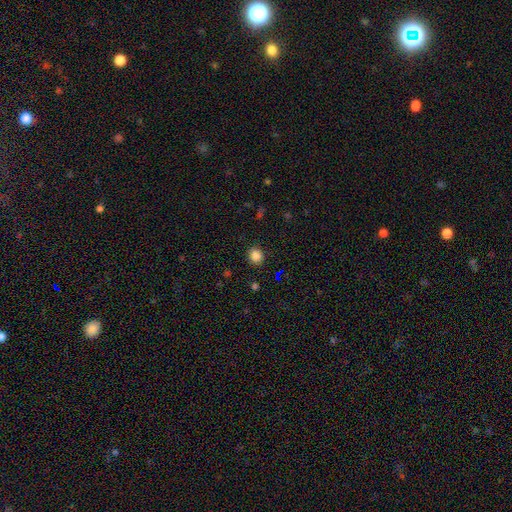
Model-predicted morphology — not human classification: A smooth galaxy with no disk features (84%) that is round (82%).

Vote fractions:
- Smooth or featured? smooth: 84% / star or artifact: 12% / featured or disk: 4%
- How rounded? round: 82% / in between: 17% / cigar-shaped: 1%
- Merging? none: 91% / minor disturbance: 6% / major disturbance: 2% / merger: 1%